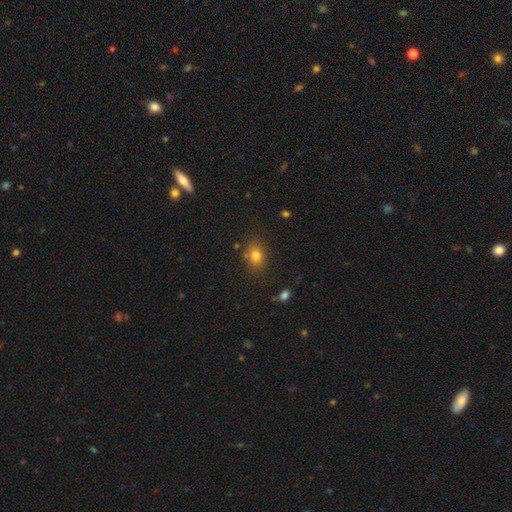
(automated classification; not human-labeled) Smooth or featured? Predicted: smooth (p=0.77). How rounded? Predicted: in between (p=0.53). Merging? Predicted: none (p=0.79).